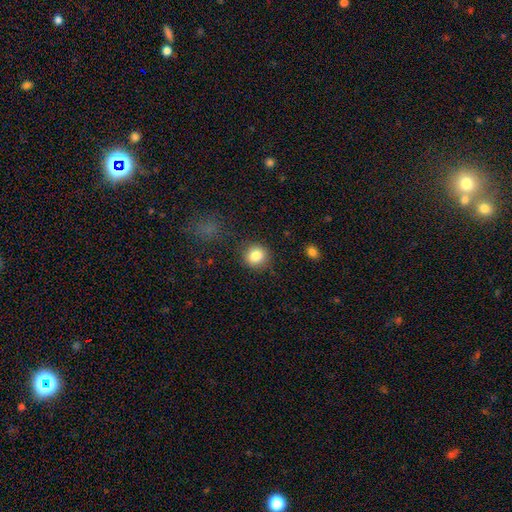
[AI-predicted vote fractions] This is clearly a smooth galaxy (83%). How rounded: clearly round (85%). Merging: clearly none (87%).